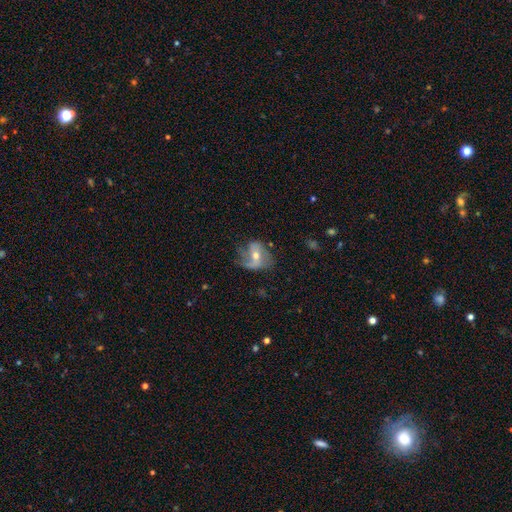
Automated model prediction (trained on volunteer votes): Smooth or featured? featured or disk (71%)
Edge-on disk? no (96%)
Bar? no (41%)
Spiral arms? yes (87%)
Spiral winding? loose (58%)
Spiral arm count? 2 (66%)
Bulge size? moderate (63%)
Merging? none (49%)